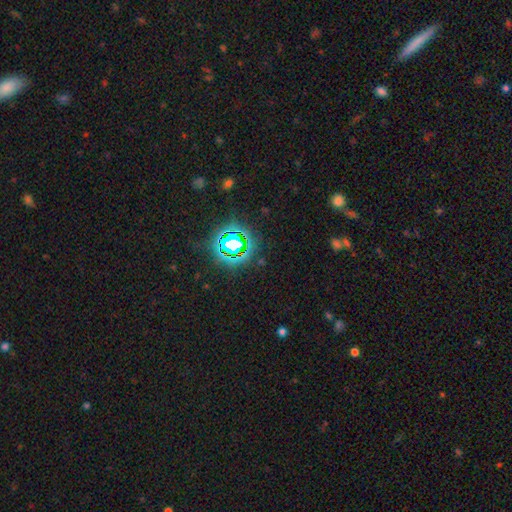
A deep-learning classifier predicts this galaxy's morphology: Smooth or featured: star or artifact — 79% (smooth — 14%)